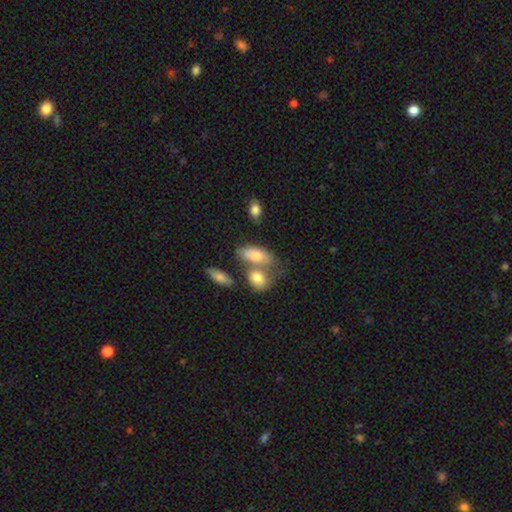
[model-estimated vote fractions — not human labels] The model was most divided on "merging": merger: 44%, none: 35%, minor disturbance: 14%, major disturbance: 7%. More confident: how rounded — in between (85%); smooth or featured — smooth (73%).